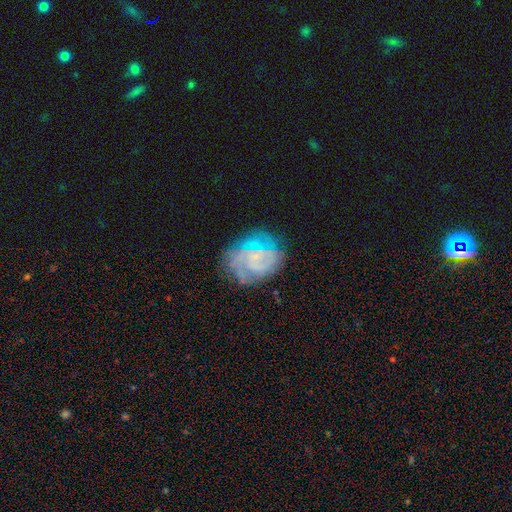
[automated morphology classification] type=featured or disk (68%); edge-on=no (98%); bar=no (66%); spiral arms=yes (77%); winding=tight (49%); arm count=can't tell (42%); bulge=none (45%); merging=none (62%).